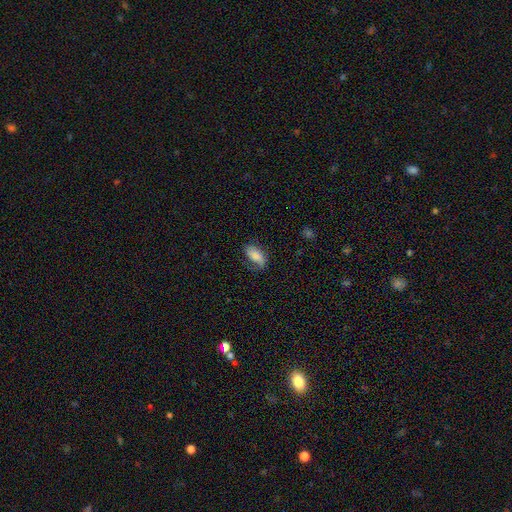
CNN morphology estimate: This is likely a smooth galaxy (70%). How rounded: clearly in between (91%). Merging: possibly none (55%).